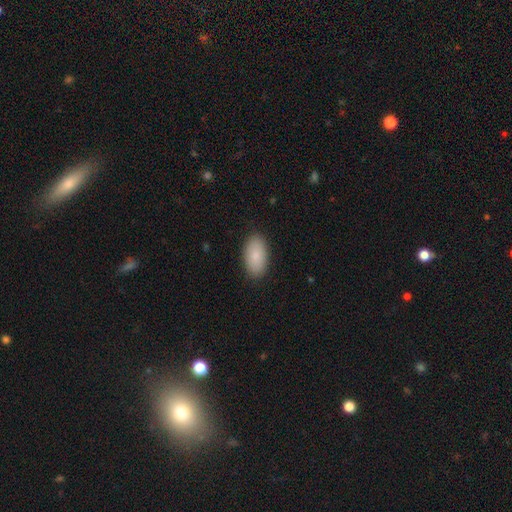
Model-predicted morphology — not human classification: Smooth or featured: smooth — 87% (featured or disk — 7%)
How rounded: in between — 95% (round — 3%)
Merging: none — 88% (minor disturbance — 9%)